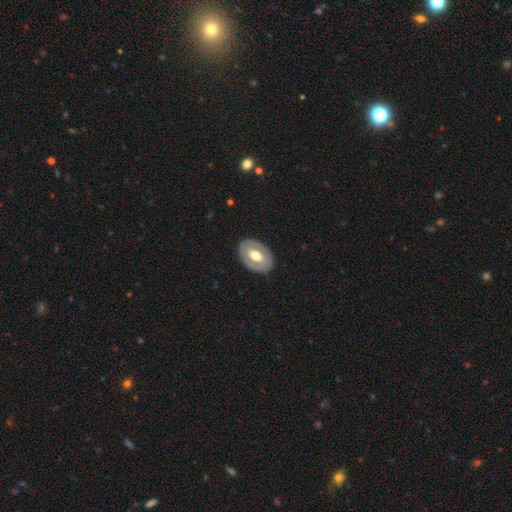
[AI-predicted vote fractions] Smooth or featured?
  - featured or disk: 54% *
  - smooth: 41%
  - star or artifact: 5%
Edge-on disk?
  - no: 90% *
  - yes: 10%
Merging?
  - none: 85% *
  - minor disturbance: 10%
  - major disturbance: 3%
  - merger: 1%